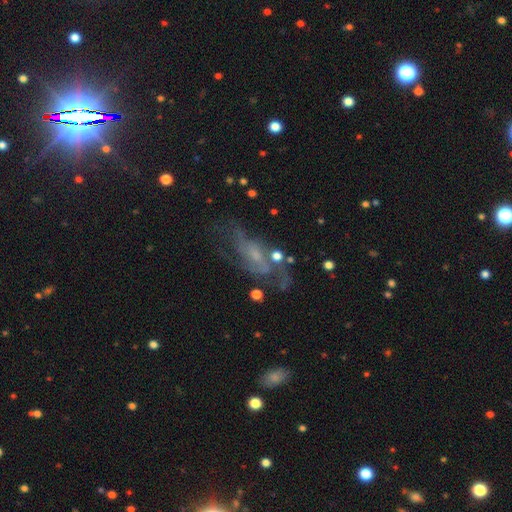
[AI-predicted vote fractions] A featured or disk galaxy (70%) with no bar (58%), spiral arms (77%) and a small central bulge (58%). Merging: none (51%).